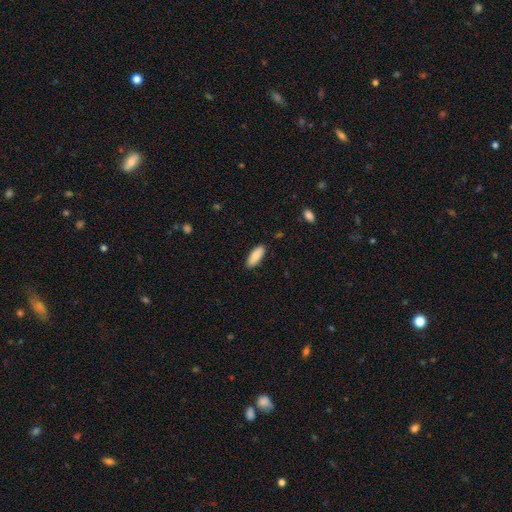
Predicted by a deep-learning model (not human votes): Morphology: type=smooth (84%); roundness=in between (72%); merging=none (87%).